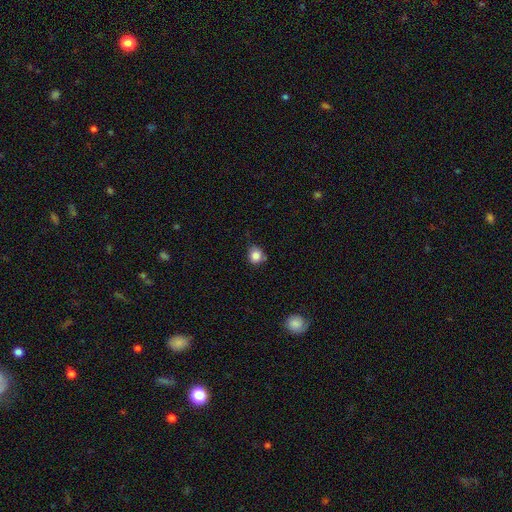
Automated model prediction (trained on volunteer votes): The model was most divided on "merging": none: 71%, minor disturbance: 21%, merger: 4%, major disturbance: 4%. More confident: smooth or featured — smooth (84%); how rounded — round (81%).